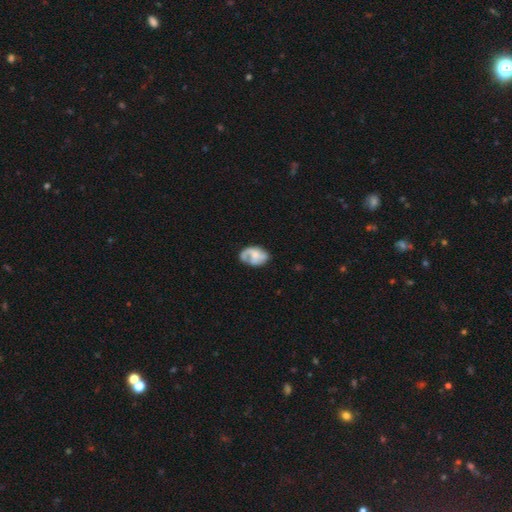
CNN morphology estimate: A featured or disk galaxy (54%) with no bar (72%), spiral arms (62%) and a moderate central bulge (36%). Merging: none (42%).